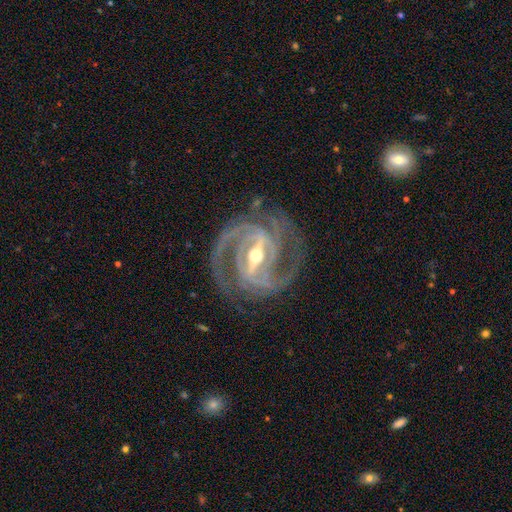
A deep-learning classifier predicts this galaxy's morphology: This is clearly a featured or disk galaxy (93%). It is clearly not viewed edge-on (96%). Bar: likely strong (75%). Spiral arm pattern: clearly yes (99%). Spiral arm count: likely 2 (72%). Spiral winding: possibly tight (51%). Central bulge: possibly moderate (56%). Merging: clearly none (80%).